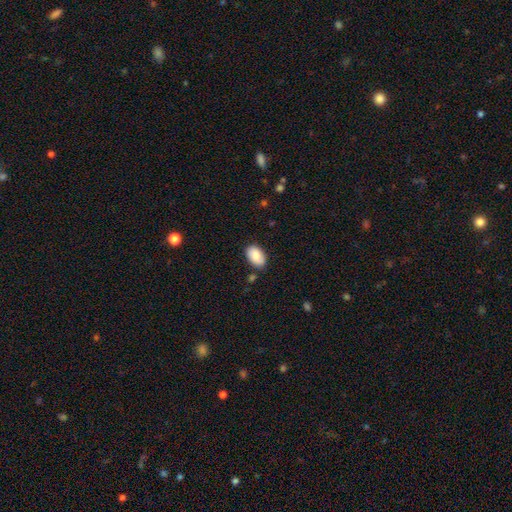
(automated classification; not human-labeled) smooth 87%, featured or disk 7%, star or artifact 6%. Down the decision tree: how rounded — in between (93%); merging — none (80%).